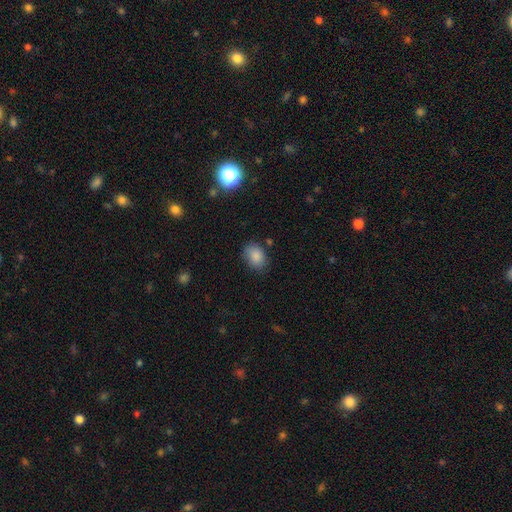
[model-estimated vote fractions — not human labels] A smooth galaxy with no disk features (86%) that is in between round and cigar-shaped (72%).

Vote fractions:
- Smooth or featured? smooth: 86% / star or artifact: 9% / featured or disk: 5%
- How rounded? in between: 72% / round: 27% / cigar-shaped: 1%
- Merging? none: 78% / minor disturbance: 16% / major disturbance: 4% / merger: 2%